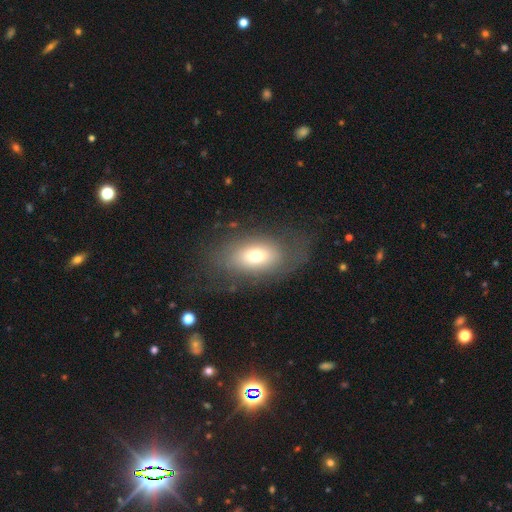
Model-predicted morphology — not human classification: smooth-or-featured: smooth: 62% | featured or disk: 28% | star or artifact: 10%
  how-rounded: in between: 86% | round: 12% | cigar-shaped: 3%
  merging: none: 64% | minor disturbance: 18% | major disturbance: 16% | merger: 2%